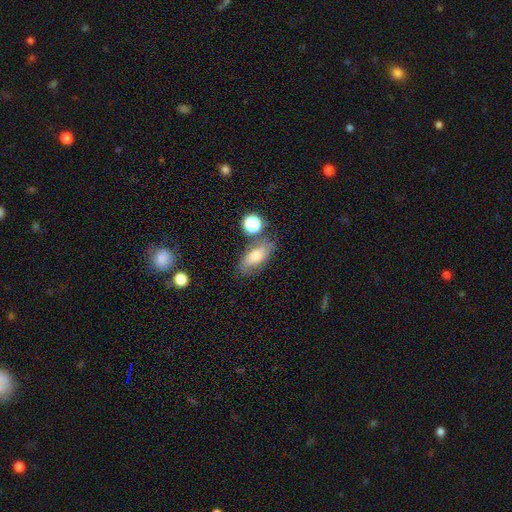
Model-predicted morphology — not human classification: smooth-or-featured: smooth: 63% | featured or disk: 26% | star or artifact: 11%
  how-rounded: in between: 82% | cigar-shaped: 10% | round: 8%
  merging: none: 66% | minor disturbance: 18% | merger: 10% | major disturbance: 6%